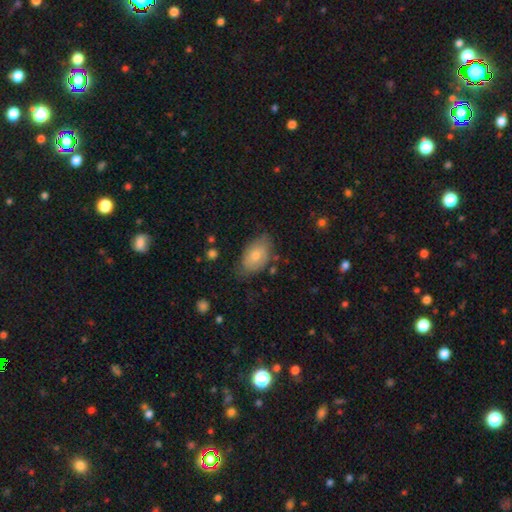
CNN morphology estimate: smooth_or_featured: smooth (p=0.68) [alt: featured or disk p=0.26]
how_rounded: in between (p=0.91) [alt: round p=0.07]
merging: none (p=0.60) [alt: minor disturbance p=0.29]